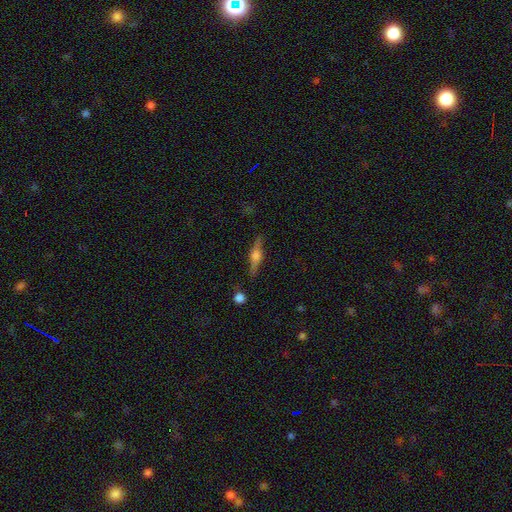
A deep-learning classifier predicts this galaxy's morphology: smooth_or_featured: featured or disk (p=0.69) [alt: smooth p=0.23]
disk_edge_on: yes (p=0.96) [alt: no p=0.04]
edge_on_bulge: rounded (p=0.88) [alt: boxy p=0.09]
merging: none (p=0.85) [alt: minor disturbance p=0.10]